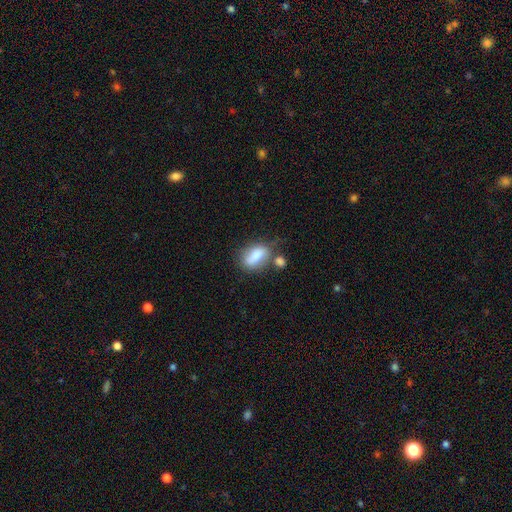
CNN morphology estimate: Q: Smooth or featured?
A: smooth (76%); runner-up: featured or disk (16%)
Q: How rounded?
A: in between (84%); runner-up: round (9%)
Q: Merging?
A: none (41%); runner-up: minor disturbance (24%)